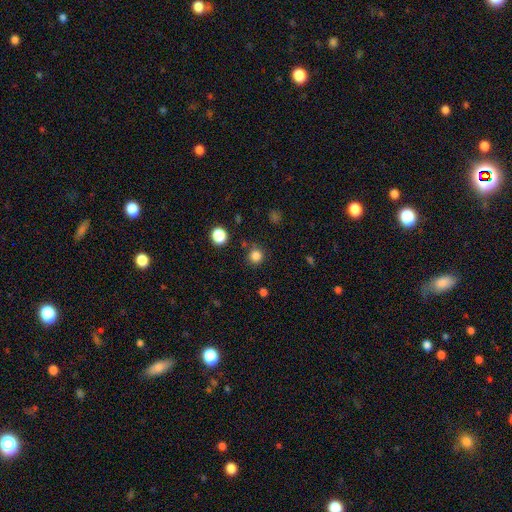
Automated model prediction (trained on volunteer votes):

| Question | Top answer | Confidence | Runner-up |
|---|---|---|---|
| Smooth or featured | smooth | 82% | star or artifact (14%) |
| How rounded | round | 93% | in between (6%) |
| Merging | none | 84% | minor disturbance (9%) |